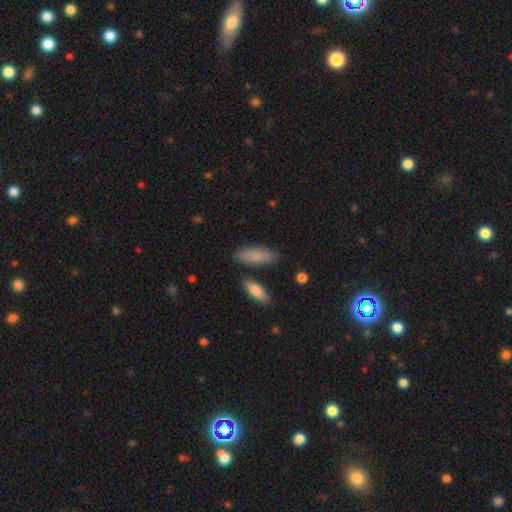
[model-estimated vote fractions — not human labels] A smooth galaxy with no disk features (85%) that is in between round and cigar-shaped (72%). Merging: none (80%).